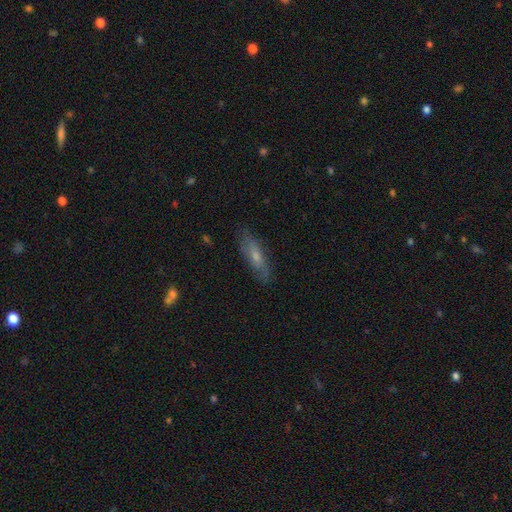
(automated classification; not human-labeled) smooth_or_featured: smooth (p=0.51) [alt: featured or disk p=0.42]
how_rounded: cigar-shaped (p=0.55) [alt: in between p=0.43]
merging: none (p=0.79) [alt: minor disturbance p=0.16]